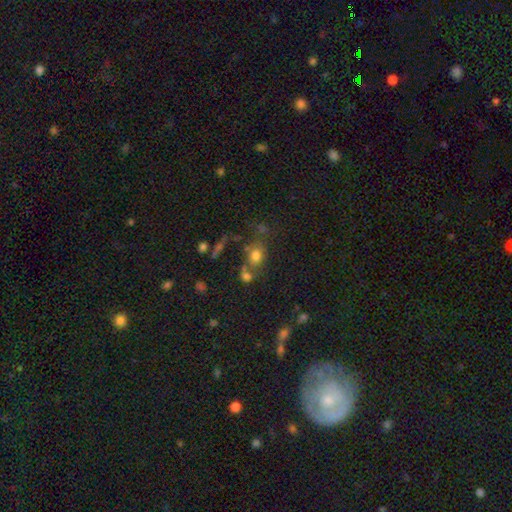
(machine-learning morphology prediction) Smooth or featured? Predicted: smooth (p=0.70). How rounded? Predicted: round (p=0.56). Merging? Predicted: none (p=0.50).